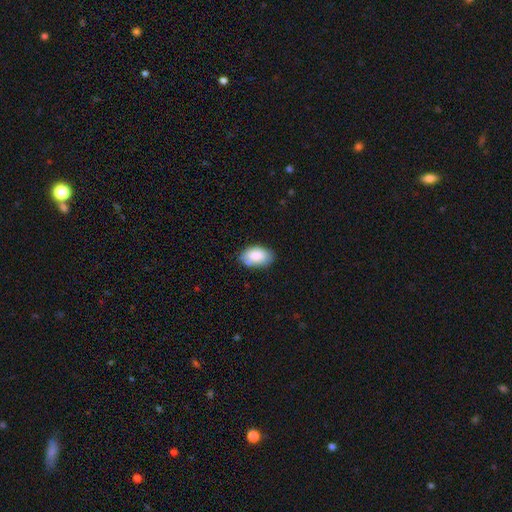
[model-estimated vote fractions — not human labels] This appears to be a smooth galaxy with no disk features (85%) that is in between round and cigar-shaped (93%). Merging: none (76%).